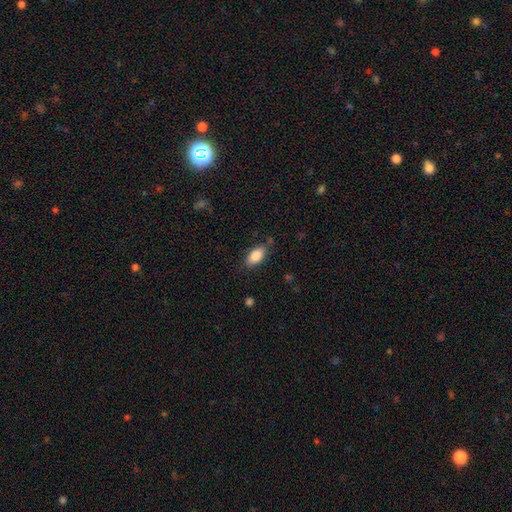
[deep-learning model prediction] The model was most divided on "merging": none: 79%, minor disturbance: 15%, major disturbance: 4%, merger: 2%. More confident: how rounded — in between (91%); smooth or featured — smooth (85%).